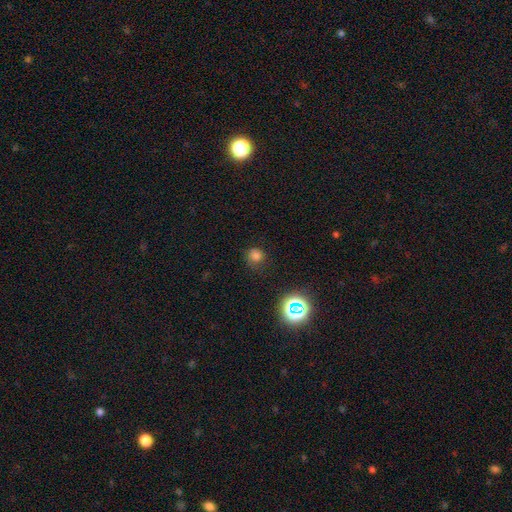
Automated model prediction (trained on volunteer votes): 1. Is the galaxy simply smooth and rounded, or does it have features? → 73% smooth, 20% star or artifact, 7% featured or disk.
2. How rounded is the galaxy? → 84% round, 15% in between, 1% cigar-shaped.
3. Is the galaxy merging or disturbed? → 72% none, 19% minor disturbance, 7% major disturbance, 2% merger.